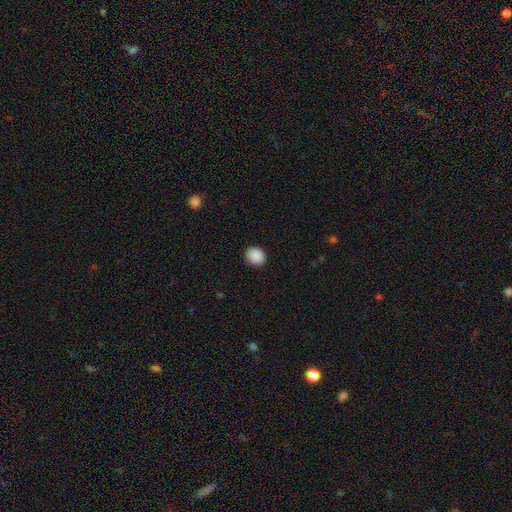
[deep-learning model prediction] smooth-or-featured: smooth: 90% | star or artifact: 8% | featured or disk: 2%
  how-rounded: round: 70% | in between: 29% | cigar-shaped: 1%
  merging: none: 90% | minor disturbance: 7% | major disturbance: 2% | merger: 1%